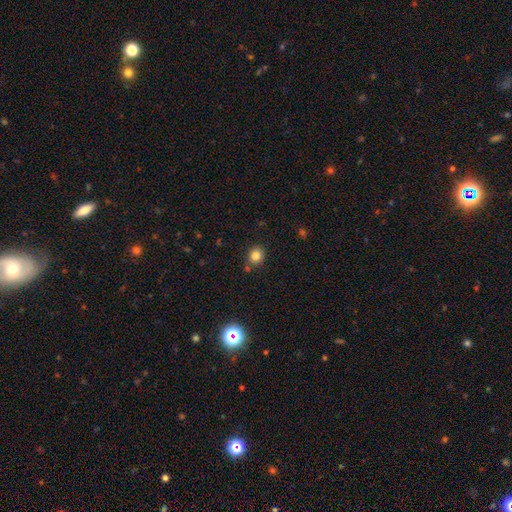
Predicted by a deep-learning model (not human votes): smooth-or-featured: smooth: 82% | star or artifact: 12% | featured or disk: 6%
  how-rounded: round: 78% | in between: 21% | cigar-shaped: 1%
  merging: none: 83% | minor disturbance: 9% | merger: 6% | major disturbance: 2%